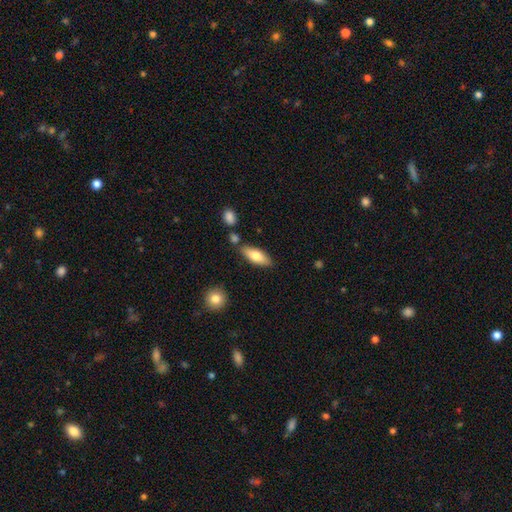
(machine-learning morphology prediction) Q: Smooth or featured?
A: smooth (75%); runner-up: featured or disk (19%)
Q: How rounded?
A: in between (74%); runner-up: cigar-shaped (23%)
Q: Merging?
A: none (78%); runner-up: minor disturbance (13%)